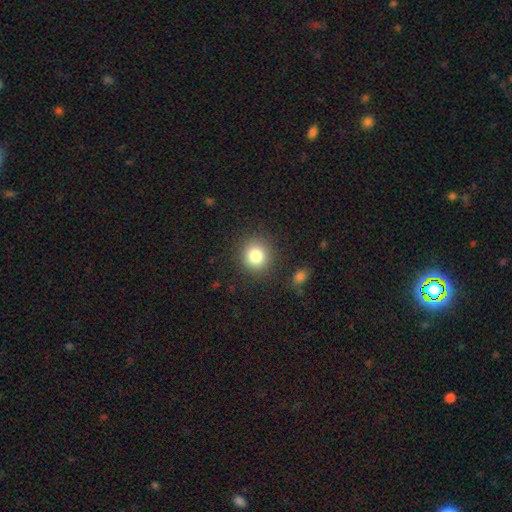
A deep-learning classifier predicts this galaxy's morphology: Smooth or featured? smooth (81%)
How rounded? round (90%)
Merging? none (88%)